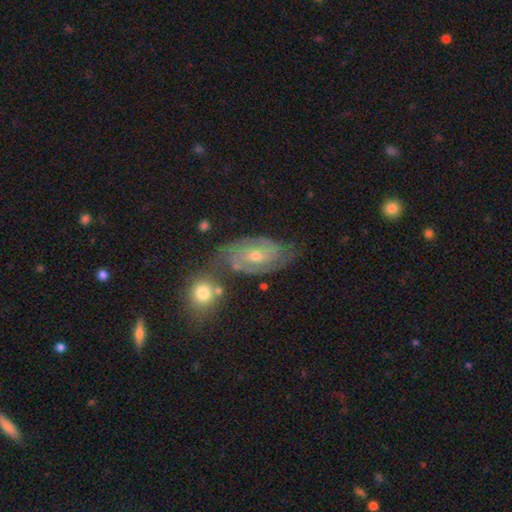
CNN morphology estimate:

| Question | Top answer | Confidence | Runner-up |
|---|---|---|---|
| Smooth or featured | featured or disk | 79% | smooth (14%) |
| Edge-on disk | no | 96% | yes (4%) |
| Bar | no | 61% | weak (32%) |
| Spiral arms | yes | 93% | no (7%) |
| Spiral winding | tight | 54% | medium (37%) |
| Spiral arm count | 2 | 62% | can't tell (19%) |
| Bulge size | moderate | 50% | small (46%) |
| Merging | none | 60% | minor disturbance (21%) |